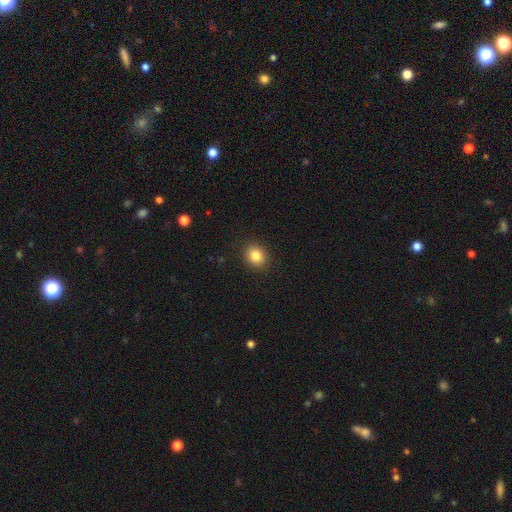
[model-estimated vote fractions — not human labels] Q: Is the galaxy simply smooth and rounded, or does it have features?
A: smooth — 85%.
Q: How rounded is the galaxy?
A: round — 64%.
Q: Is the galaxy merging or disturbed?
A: none — 90%.